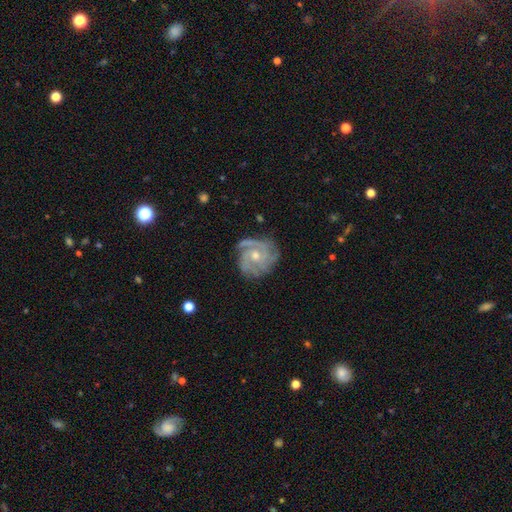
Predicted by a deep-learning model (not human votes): Smooth or featured?
  - featured or disk: 90% *
  - smooth: 5%
  - star or artifact: 4%
Edge-on disk?
  - no: 98% *
  - yes: 2%
Bar?
  - no: 73% *
  - weak: 23%
  - strong: 4%
Spiral arms?
  - yes: 98% *
  - no: 2%
Spiral winding?
  - tight: 65% *
  - medium: 30%
  - loose: 4%
Spiral arm count?
  - 3: 47% *
  - 2: 16%
  - 4: 13%
  - can't tell: 13%
  - 1: 6%
  - more than 4: 6%
Bulge size?
  - moderate: 58% *
  - small: 38%
  - large: 2%
  - none: 2%
  - dominant: 1%
Merging?
  - none: 76% *
  - minor disturbance: 17%
  - major disturbance: 6%
  - merger: 1%